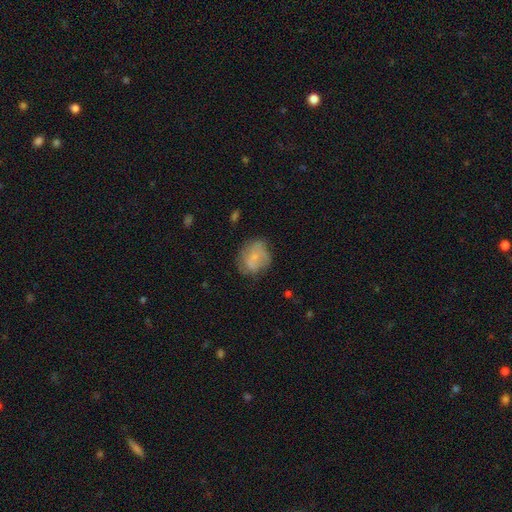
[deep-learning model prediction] Q: Smooth or featured?
A: smooth (58%); runner-up: featured or disk (33%)
Q: How rounded?
A: round (63%); runner-up: in between (36%)
Q: Merging?
A: none (50%); runner-up: minor disturbance (27%)